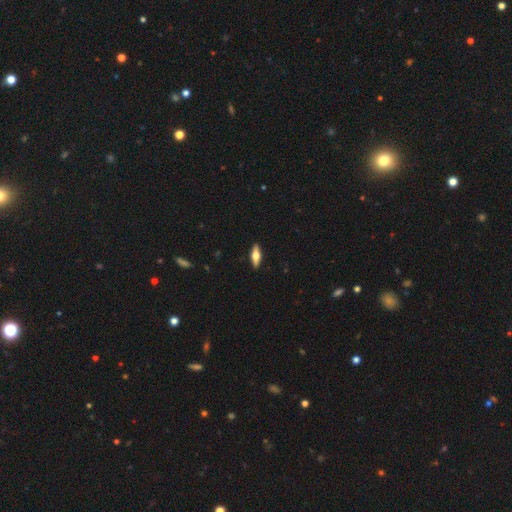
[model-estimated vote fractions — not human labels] This appears to be a featured or disk galaxy (51%) viewed edge-on (93%). Merging: none (90%).